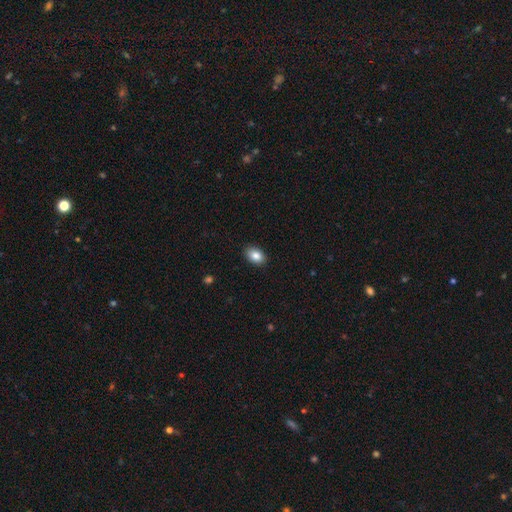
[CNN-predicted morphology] Smooth or featured?
  - smooth: 86% *
  - star or artifact: 8%
  - featured or disk: 6%
How rounded?
  - in between: 87% *
  - round: 12%
  - cigar-shaped: 1%
Merging?
  - none: 89% *
  - minor disturbance: 8%
  - major disturbance: 2%
  - merger: 1%